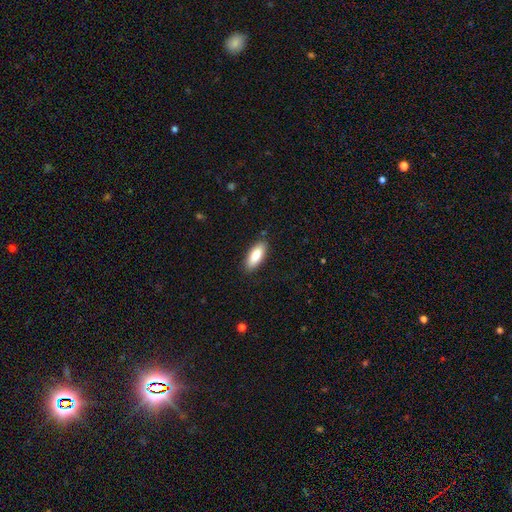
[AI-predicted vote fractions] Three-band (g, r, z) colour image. It shows a smooth galaxy with no disk features (84%) that is in between round and cigar-shaped (77%). Merging: none (87%).